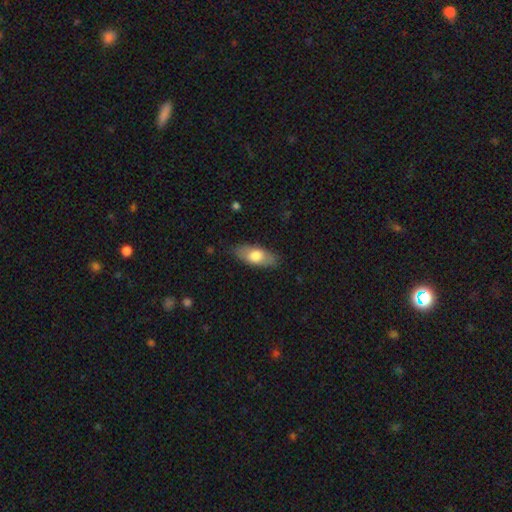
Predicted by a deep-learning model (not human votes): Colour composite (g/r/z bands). It shows a smooth galaxy with no disk features (69%) that is in between round and cigar-shaped (82%). Merging: none (81%).